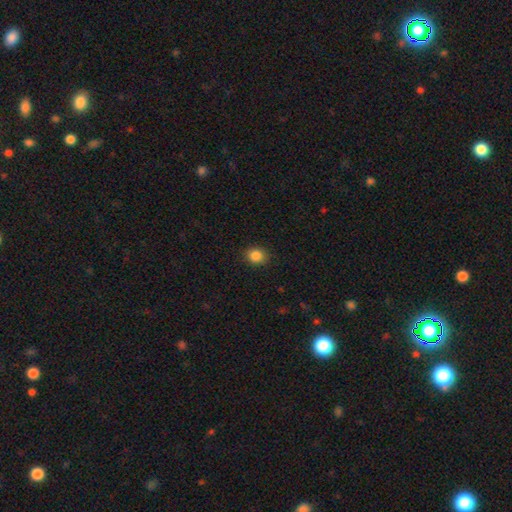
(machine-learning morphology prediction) Smooth or featured: smooth — 86% (star or artifact — 11%)
How rounded: round — 71% (in between — 29%)
Merging: none — 88% (minor disturbance — 9%)